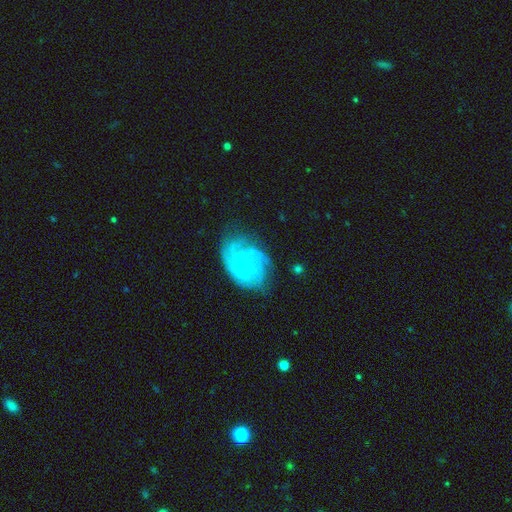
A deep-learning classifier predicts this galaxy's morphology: type=featured or disk (79%); edge-on=no (97%); bar=no (71%); spiral arms=yes (89%); winding=tight (61%); arm count=can't tell (34%); bulge=small (75%); merging=none (55%).